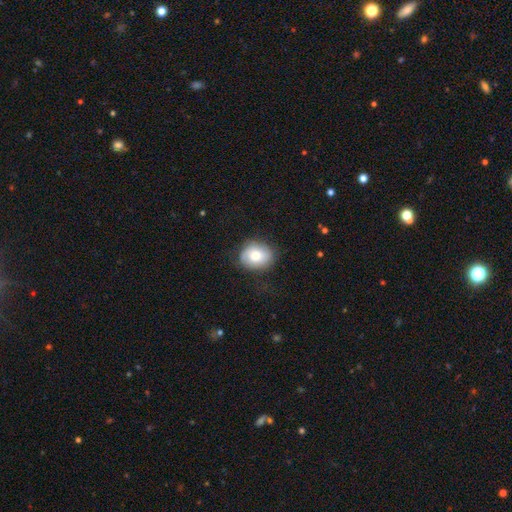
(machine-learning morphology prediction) A smooth galaxy with no disk features (71%) that is round (58%).

Vote fractions:
- Smooth or featured? smooth: 71% / featured or disk: 21% / star or artifact: 8%
- How rounded? round: 58% / in between: 41% / cigar-shaped: 1%
- Merging? none: 73% / minor disturbance: 19% / major disturbance: 6% / merger: 1%